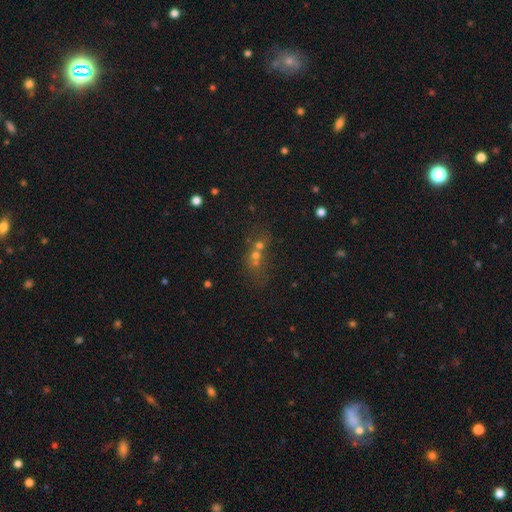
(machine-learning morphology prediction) Smooth or featured? smooth (45%)
Merging? merger (46%)